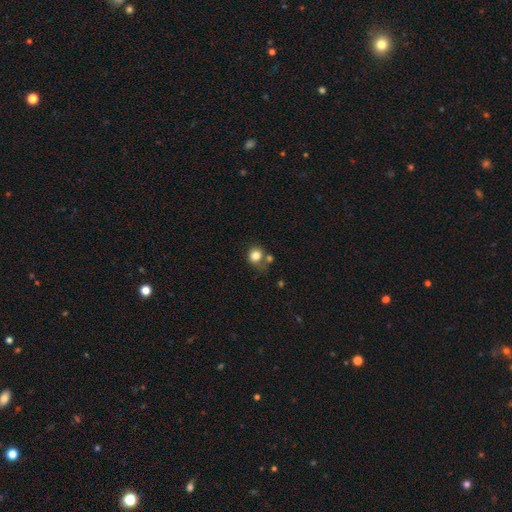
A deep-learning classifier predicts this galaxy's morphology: Overall: smooth (82%). How rounded: round (82%). Merging: none (56%; merger 19%).